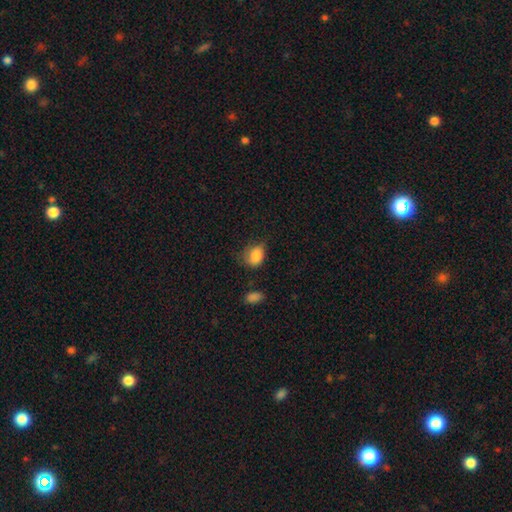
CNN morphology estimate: A smooth galaxy with no disk features (85%) that is in between round and cigar-shaped (60%).

Vote fractions:
- Smooth or featured? smooth: 85% / star or artifact: 8% / featured or disk: 7%
- How rounded? in between: 60% / round: 39% / cigar-shaped: 1%
- Merging? none: 45% / minor disturbance: 38% / major disturbance: 14% / merger: 3%